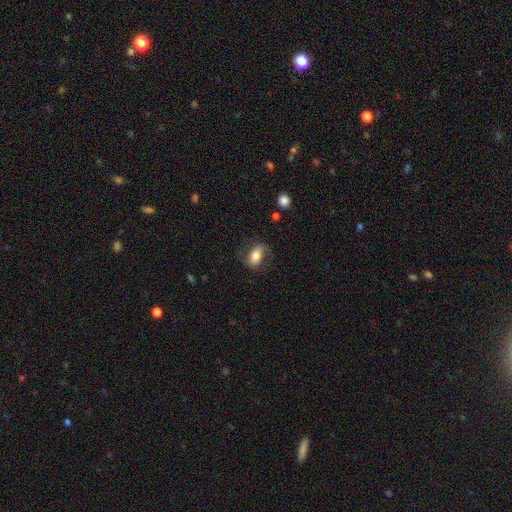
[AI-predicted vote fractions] Smooth or featured?
  - smooth: 60% *
  - featured or disk: 32%
  - star or artifact: 7%
How rounded?
  - in between: 85% *
  - round: 11%
  - cigar-shaped: 4%
Merging?
  - none: 66% *
  - minor disturbance: 20%
  - major disturbance: 13%
  - merger: 1%